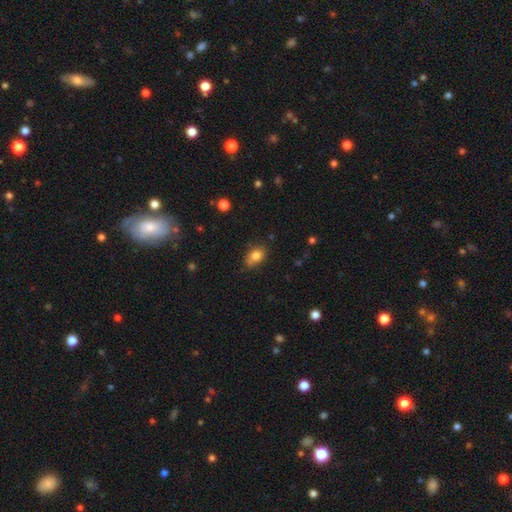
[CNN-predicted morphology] This is clearly a smooth galaxy (81%). How rounded: likely in between (79%). Merging: likely none (66%).